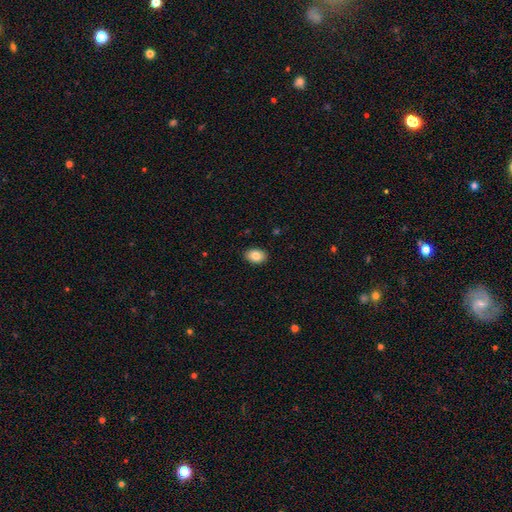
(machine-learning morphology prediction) Smooth or featured? smooth (83%)
How rounded? in between (81%)
Merging? none (90%)